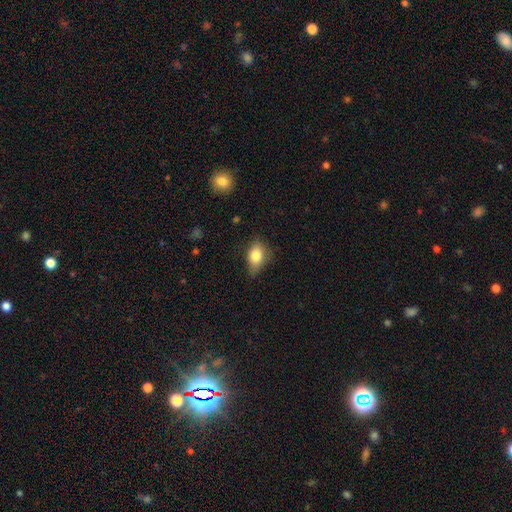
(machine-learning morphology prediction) smooth 79%, featured or disk 13%, star or artifact 8%. Down the decision tree: how rounded — in between (79%); merging — none (56%).